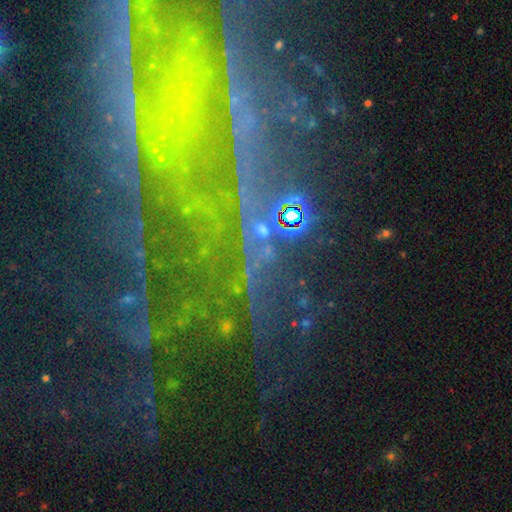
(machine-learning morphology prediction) Overall: star or artifact (70%).